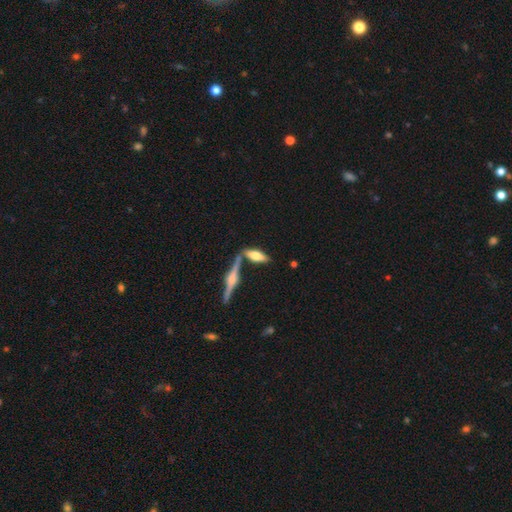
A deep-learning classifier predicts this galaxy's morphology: Overall: smooth (47%; featured or disk 46%). Merging: none (66%).